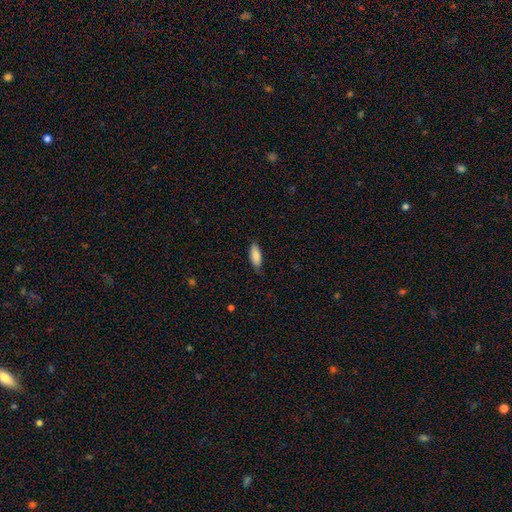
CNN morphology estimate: Smooth or featured?
  - smooth: 86% *
  - featured or disk: 8%
  - star or artifact: 6%
How rounded?
  - in between: 77% *
  - cigar-shaped: 21%
  - round: 2%
Merging?
  - none: 76% *
  - minor disturbance: 19%
  - major disturbance: 3%
  - merger: 1%